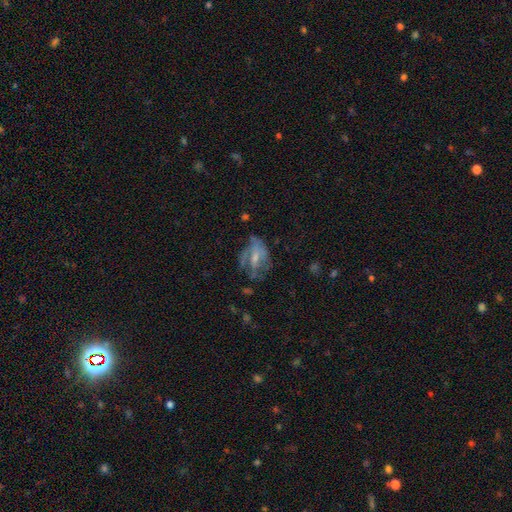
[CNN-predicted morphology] This appears to be a featured or disk galaxy (59%) with no bar (45%), spiral arms (56%) and a small central bulge (42%). Merging: none (40%).